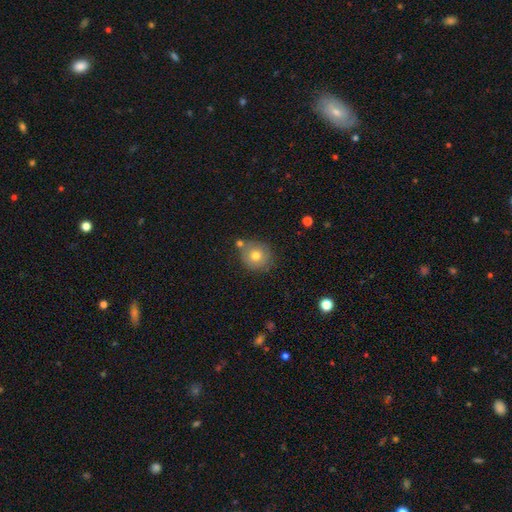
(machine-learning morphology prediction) smooth-or-featured: smooth: 76% | featured or disk: 13% | star or artifact: 11%
  how-rounded: round: 84% | in between: 15% | cigar-shaped: 1%
  merging: none: 72% | minor disturbance: 13% | merger: 12% | major disturbance: 3%